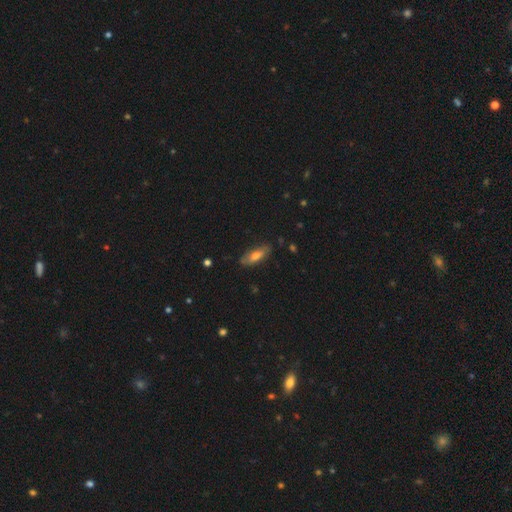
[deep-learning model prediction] smooth-or-featured: smooth: 64% | featured or disk: 30% | star or artifact: 7%
  how-rounded: in between: 62% | cigar-shaped: 36% | round: 2%
  merging: none: 78% | minor disturbance: 18% | major disturbance: 3% | merger: 2%